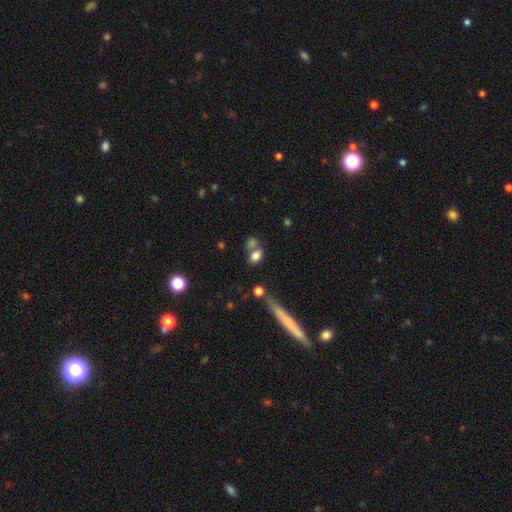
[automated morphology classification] smooth 78%, featured or disk 11%, star or artifact 11%. Down the decision tree: how rounded — in between (74%); merging — none (46%).